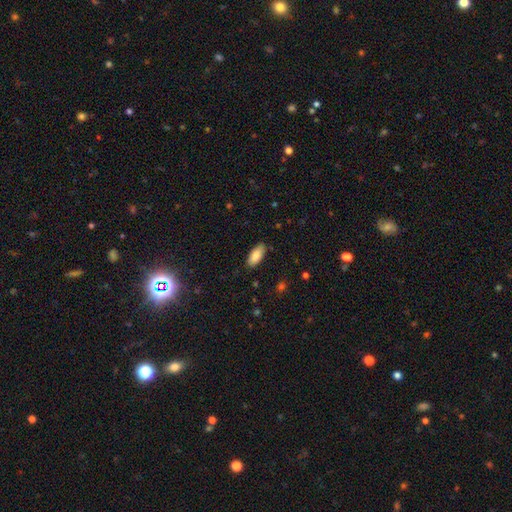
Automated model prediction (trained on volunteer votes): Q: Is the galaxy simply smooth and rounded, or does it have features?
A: smooth — 85%.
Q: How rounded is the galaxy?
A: in between — 86%.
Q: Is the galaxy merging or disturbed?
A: none — 83%.